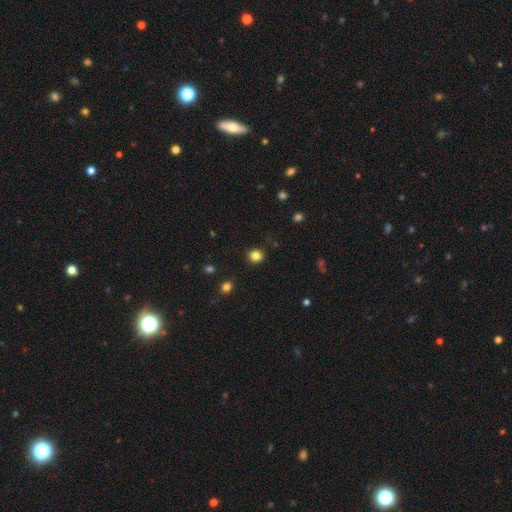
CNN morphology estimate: type=smooth (84%); roundness=round (88%); merging=none (90%).